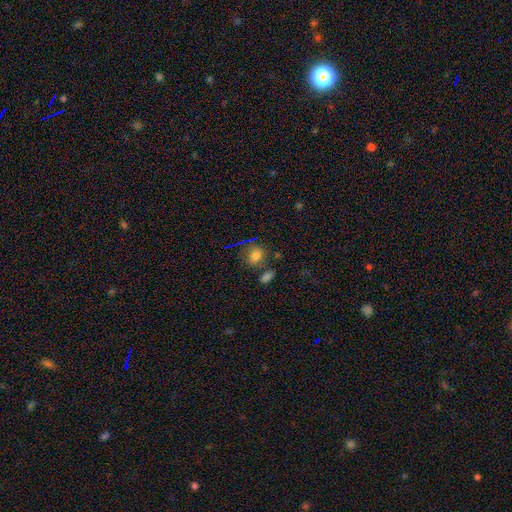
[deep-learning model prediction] smooth_or_featured: smooth (p=0.73) [alt: star or artifact p=0.16]
how_rounded: round (p=0.59) [alt: in between p=0.39]
merging: none (p=0.69) [alt: minor disturbance p=0.16]